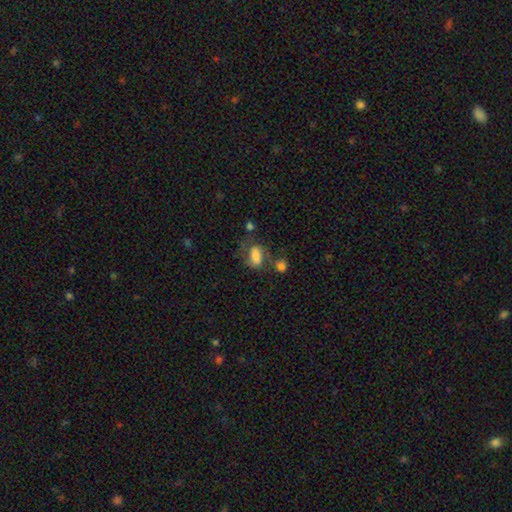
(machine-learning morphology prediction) A smooth galaxy with no disk features (70%) that is in between round and cigar-shaped (85%).

Vote fractions:
- Smooth or featured? smooth: 70% / featured or disk: 20% / star or artifact: 10%
- How rounded? in between: 85% / round: 10% / cigar-shaped: 5%
- Merging? none: 40% / minor disturbance: 23% / major disturbance: 20% / merger: 17%